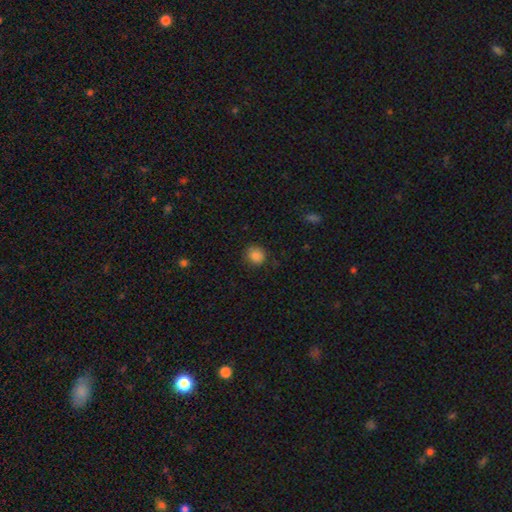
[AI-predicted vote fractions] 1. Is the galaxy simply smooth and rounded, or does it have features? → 86% smooth, 10% star or artifact, 4% featured or disk.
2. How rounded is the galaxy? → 84% round, 15% in between, 1% cigar-shaped.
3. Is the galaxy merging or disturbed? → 84% none, 12% minor disturbance, 3% major disturbance, 1% merger.